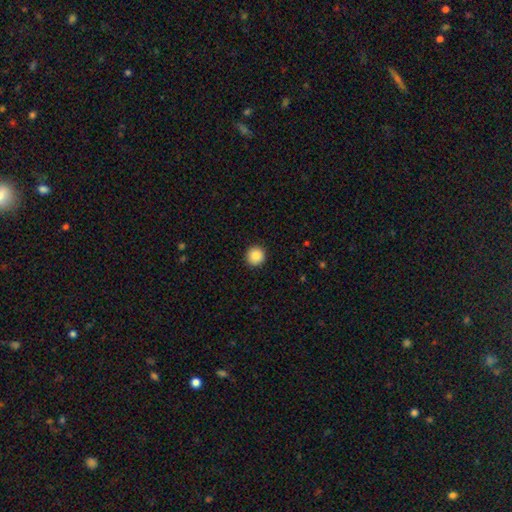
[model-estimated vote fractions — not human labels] This is clearly a smooth galaxy (87%). How rounded: clearly round (96%). Merging: clearly none (93%).